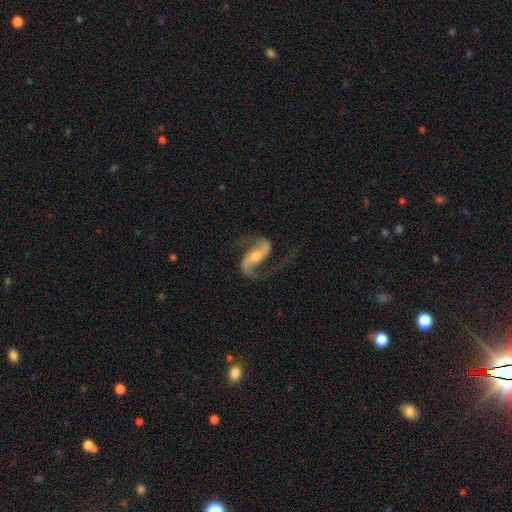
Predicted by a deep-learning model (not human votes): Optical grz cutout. It shows a featured or disk galaxy (90%) with a strong bar (39%), 2 (93%) loose (61%) spiral arms (97%) and a moderate central bulge (46%). Merging: none (71%).